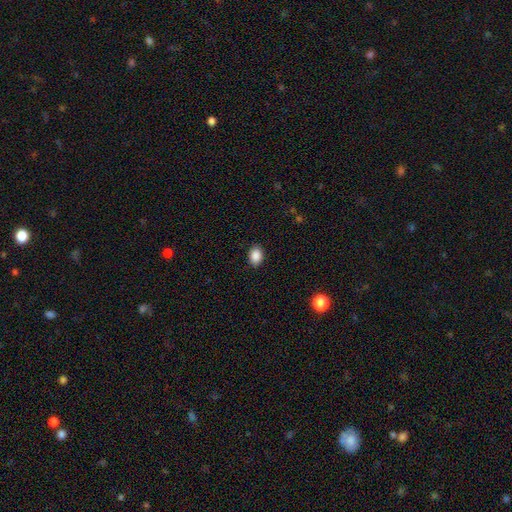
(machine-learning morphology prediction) smooth 89%, star or artifact 8%, featured or disk 3%. Down the decision tree: how rounded — in between (75%); merging — none (88%).